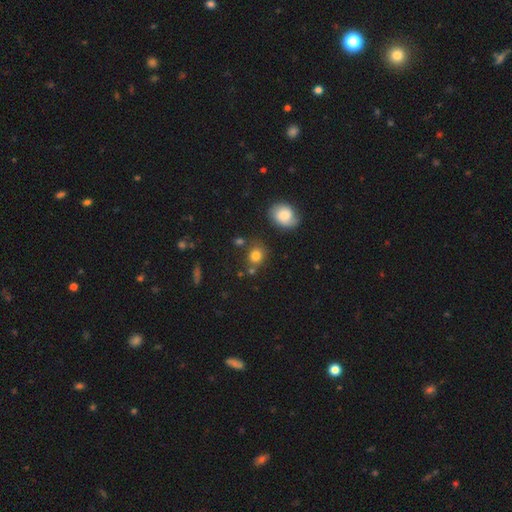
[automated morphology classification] smooth_or_featured: smooth (p=0.80) [alt: star or artifact p=0.12]
how_rounded: round (p=0.69) [alt: in between p=0.30]
merging: none (p=0.70) [alt: minor disturbance p=0.15]